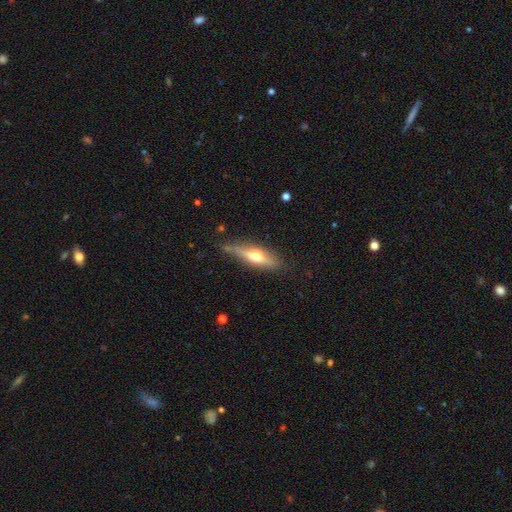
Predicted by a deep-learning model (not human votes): The model was most divided on "smooth or featured": featured or disk: 54%, smooth: 40%, star or artifact: 6%. More confident: edge-on disk — yes (91%); merging — none (77%).